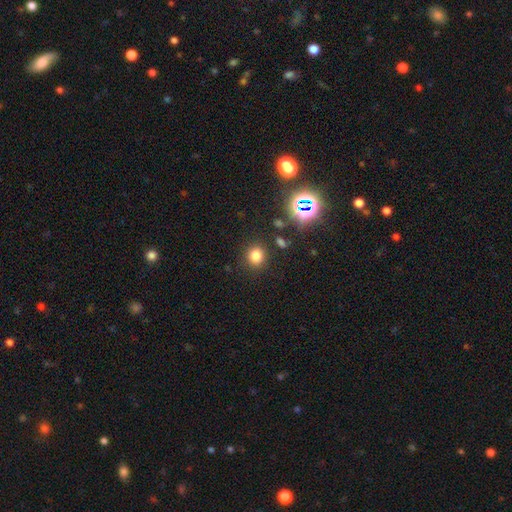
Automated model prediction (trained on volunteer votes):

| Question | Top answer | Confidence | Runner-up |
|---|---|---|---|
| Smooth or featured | smooth | 78% | star or artifact (17%) |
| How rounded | round | 81% | in between (18%) |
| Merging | none | 85% | minor disturbance (8%) |